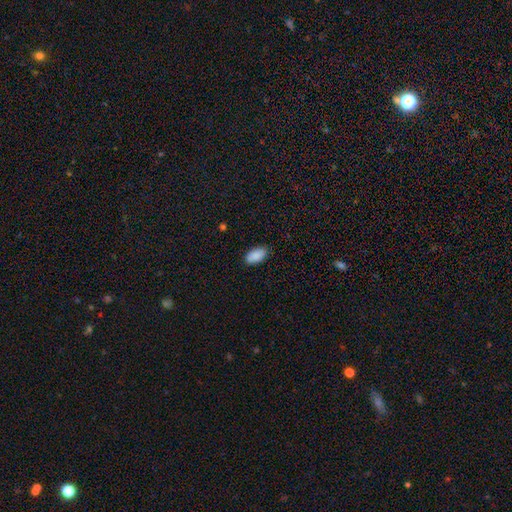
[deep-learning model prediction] Smooth or featured?
  - smooth: 89% *
  - star or artifact: 7%
  - featured or disk: 4%
How rounded?
  - in between: 94% *
  - round: 3%
  - cigar-shaped: 3%
Merging?
  - none: 85% *
  - minor disturbance: 12%
  - major disturbance: 2%
  - merger: 1%